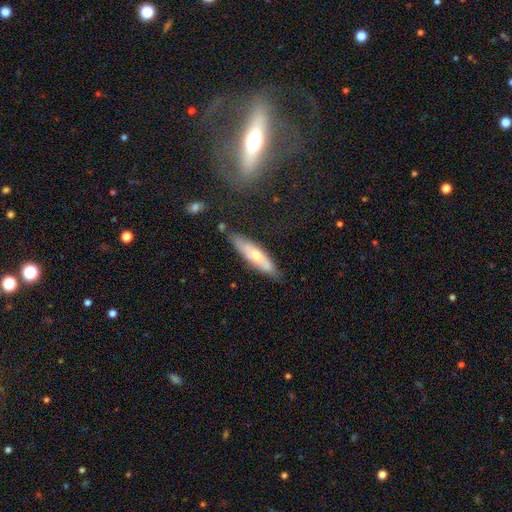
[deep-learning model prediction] Smooth or featured: smooth — 50% (featured or disk — 44%)
How rounded: cigar-shaped — 68% (in between — 30%)
Merging: none — 75% (minor disturbance — 19%)